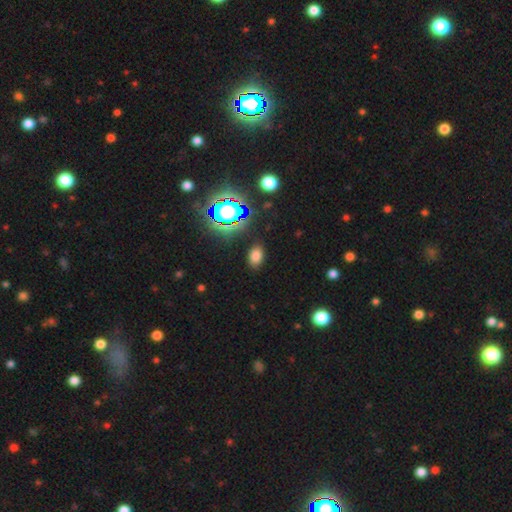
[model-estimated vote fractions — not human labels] smooth-or-featured: smooth: 71% | star or artifact: 22% | featured or disk: 7%
  how-rounded: in between: 83% | round: 15% | cigar-shaped: 1%
  merging: none: 85% | minor disturbance: 10% | major disturbance: 3% | merger: 2%